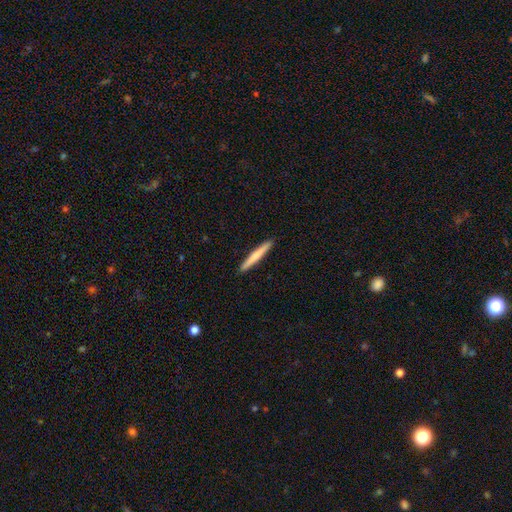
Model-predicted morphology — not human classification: Overall: smooth (68%; featured or disk 28%). How rounded: cigar-shaped (96%). Merging: none (92%).